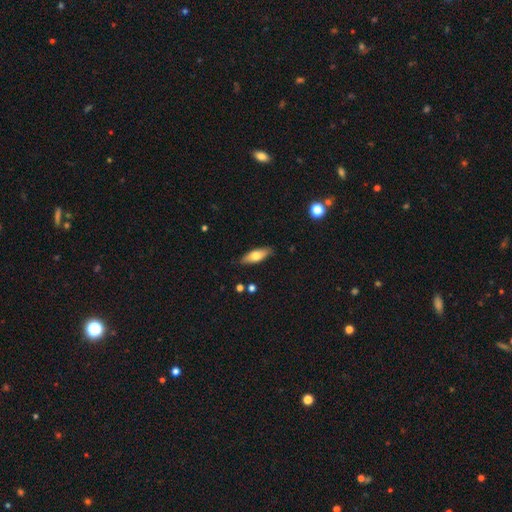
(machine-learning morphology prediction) Smooth or featured? smooth (65%)
How rounded? in between (65%)
Merging? none (86%)